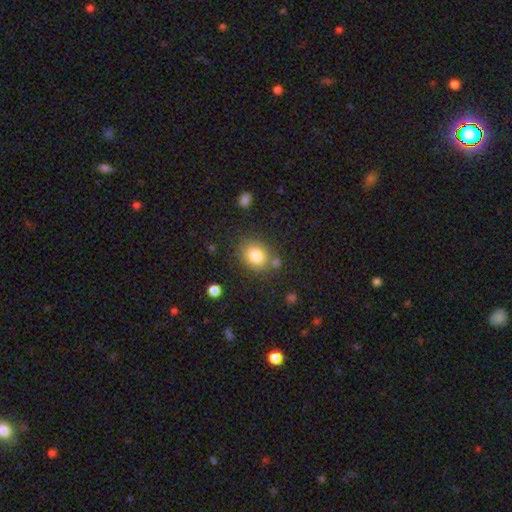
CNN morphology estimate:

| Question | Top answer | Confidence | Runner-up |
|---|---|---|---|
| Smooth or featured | smooth | 81% | star or artifact (10%) |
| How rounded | round | 60% | in between (39%) |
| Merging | none | 76% | minor disturbance (12%) |